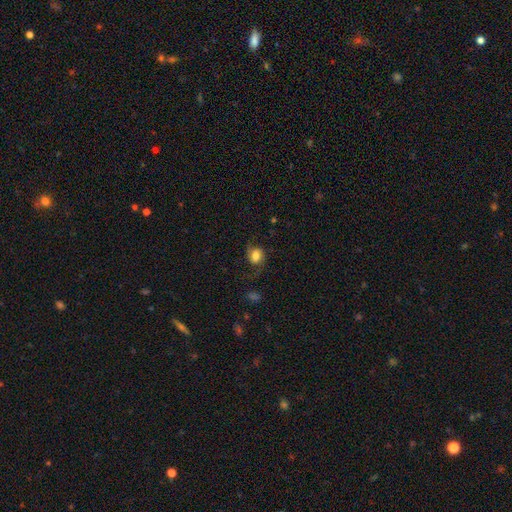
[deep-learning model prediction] Smooth or featured?
  - smooth: 53% *
  - featured or disk: 38%
  - star or artifact: 9%
How rounded?
  - round: 55% *
  - in between: 44%
  - cigar-shaped: 1%
Merging?
  - none: 62% *
  - minor disturbance: 20%
  - major disturbance: 16%
  - merger: 2%